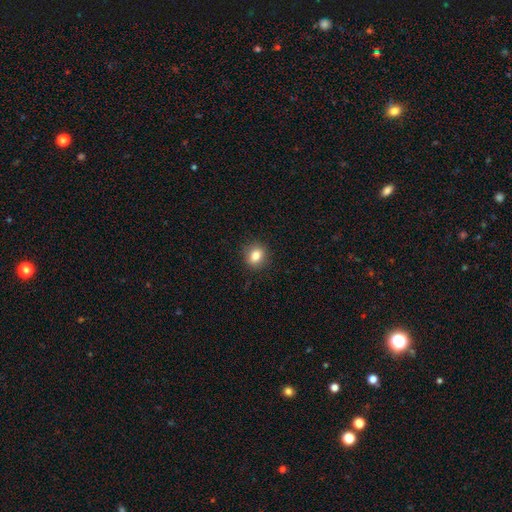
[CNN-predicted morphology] Smooth or featured? Predicted: smooth (p=0.83). How rounded? Predicted: round (p=0.57). Merging? Predicted: none (p=0.88).